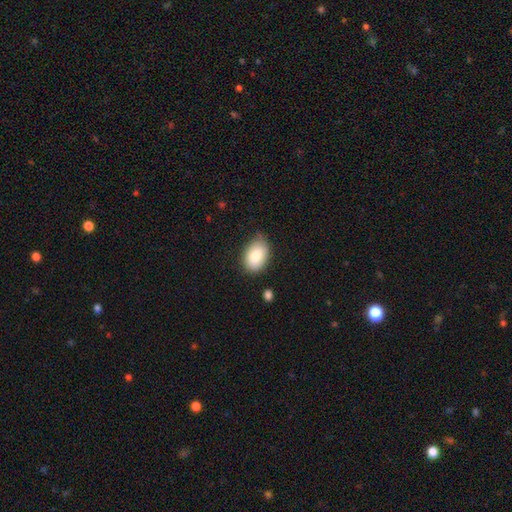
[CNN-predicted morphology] smooth-or-featured: smooth: 81% | featured or disk: 11% | star or artifact: 7%
  how-rounded: in between: 86% | round: 13% | cigar-shaped: 1%
  merging: none: 72% | minor disturbance: 23% | major disturbance: 4% | merger: 2%